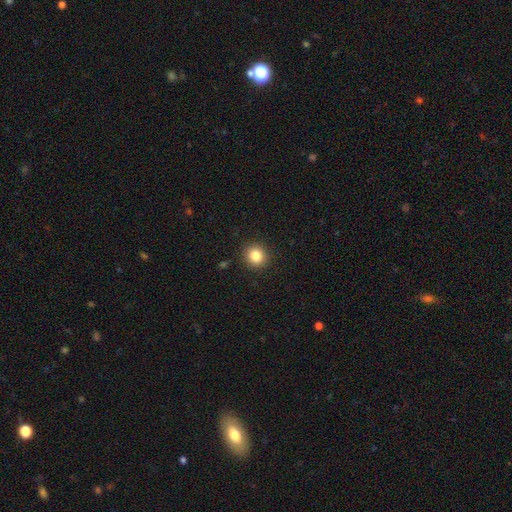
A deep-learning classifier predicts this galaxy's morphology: The model was most divided on "smooth or featured": smooth: 84%, star or artifact: 11%, featured or disk: 5%. More confident: merging — none (91%); how rounded — round (90%).